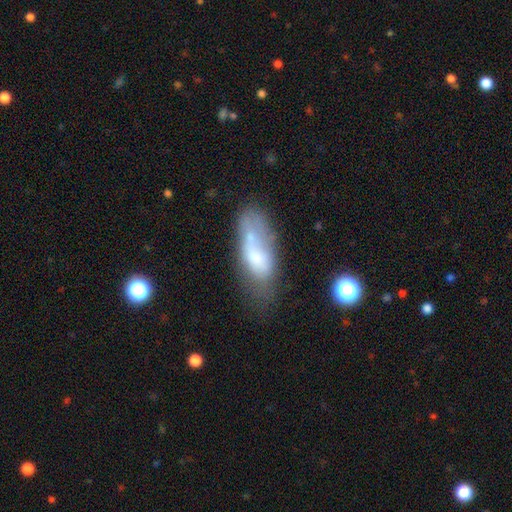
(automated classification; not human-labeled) smooth 58%, featured or disk 33%, star or artifact 10%. Down the decision tree: how rounded — in between (77%); merging — none (35%).